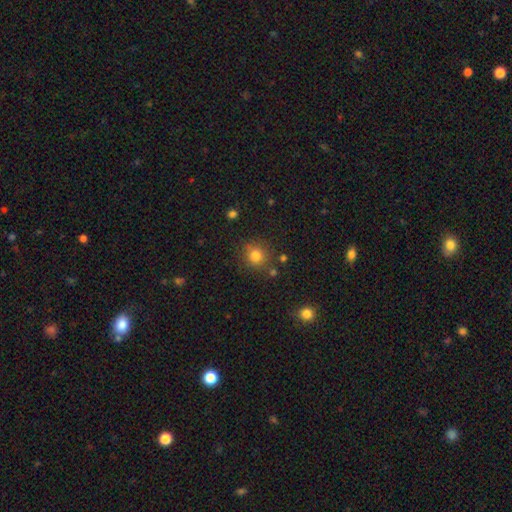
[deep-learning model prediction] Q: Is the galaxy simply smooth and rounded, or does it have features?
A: smooth — 81%.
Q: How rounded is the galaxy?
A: round — 88%.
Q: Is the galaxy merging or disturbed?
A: none — 80%.